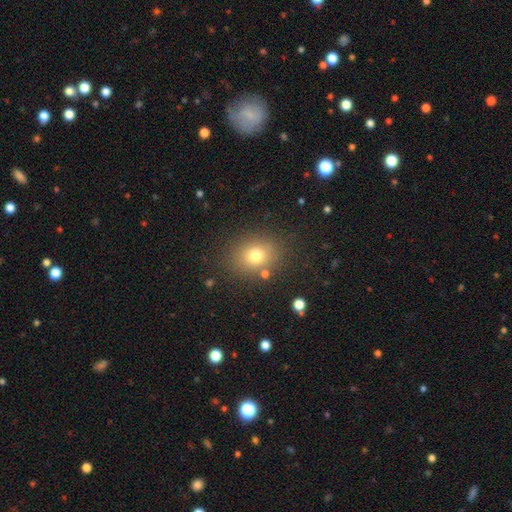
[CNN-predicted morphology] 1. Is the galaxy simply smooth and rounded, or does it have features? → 74% smooth, 15% star or artifact, 10% featured or disk.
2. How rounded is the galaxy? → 59% round, 40% in between, 1% cigar-shaped.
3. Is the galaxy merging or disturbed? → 83% none, 9% minor disturbance, 4% major disturbance, 4% merger.